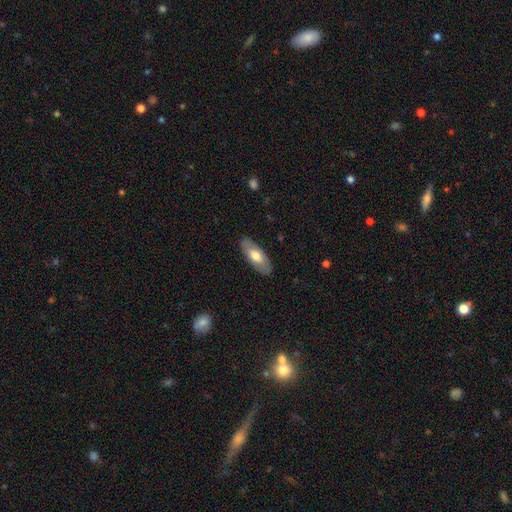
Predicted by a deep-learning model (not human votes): Overall: smooth (63%; featured or disk 32%). How rounded: in between (83%). Merging: none (87%).